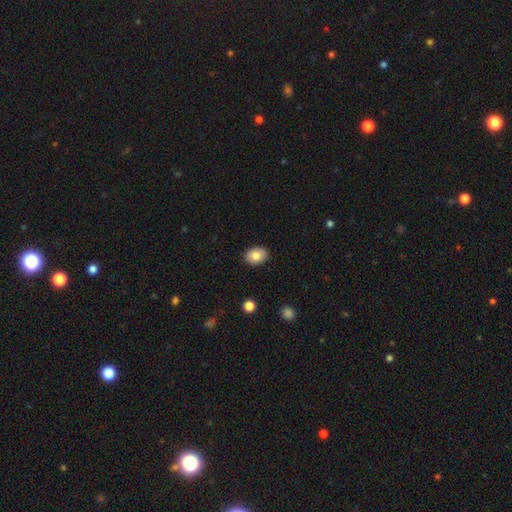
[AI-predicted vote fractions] Q: Smooth or featured?
A: smooth (82%); runner-up: featured or disk (10%)
Q: How rounded?
A: in between (73%); runner-up: round (26%)
Q: Merging?
A: none (89%); runner-up: minor disturbance (8%)